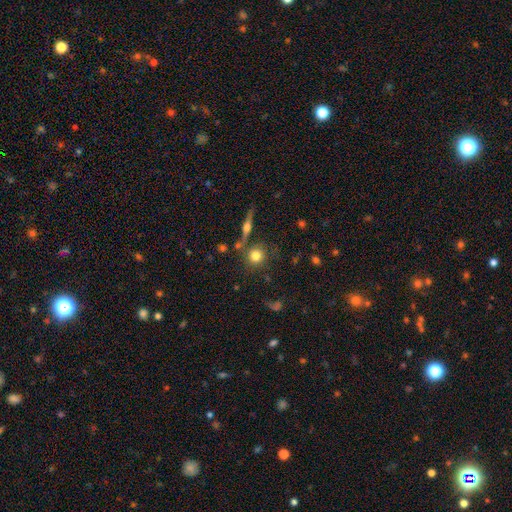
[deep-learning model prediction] This is likely a smooth galaxy (74%). How rounded: clearly round (88%). Merging: likely none (75%).